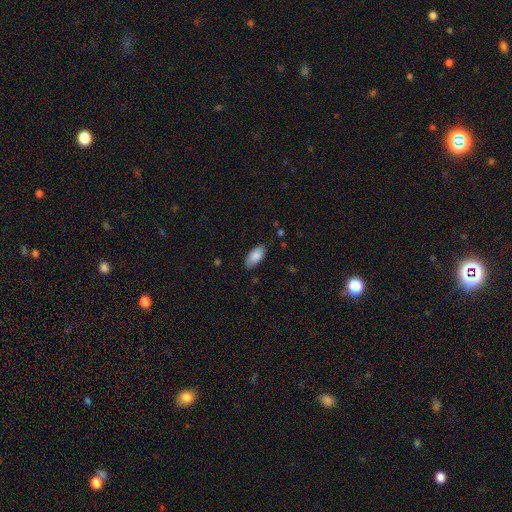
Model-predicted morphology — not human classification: Q: Smooth or featured?
A: smooth (87%); runner-up: featured or disk (7%)
Q: How rounded?
A: in between (92%); runner-up: cigar-shaped (6%)
Q: Merging?
A: none (82%); runner-up: minor disturbance (14%)